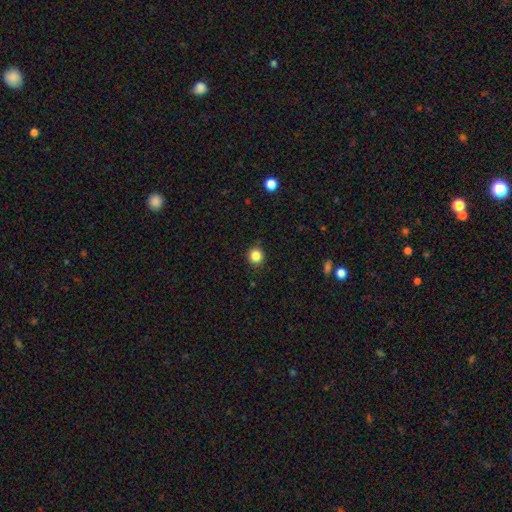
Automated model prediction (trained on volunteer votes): Smooth or featured? smooth (85%)
How rounded? round (90%)
Merging? none (89%)